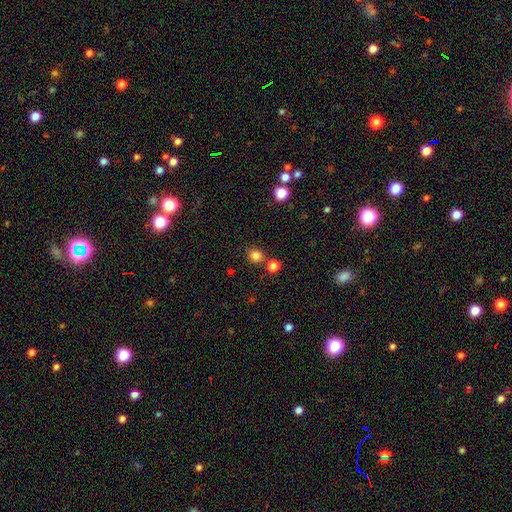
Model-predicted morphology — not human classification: A smooth galaxy with no disk features (82%) that is round (76%).

Vote fractions:
- Smooth or featured? smooth: 82% / star or artifact: 13% / featured or disk: 5%
- How rounded? round: 76% / in between: 23% / cigar-shaped: 1%
- Merging? none: 75% / merger: 13% / minor disturbance: 9% / major disturbance: 3%